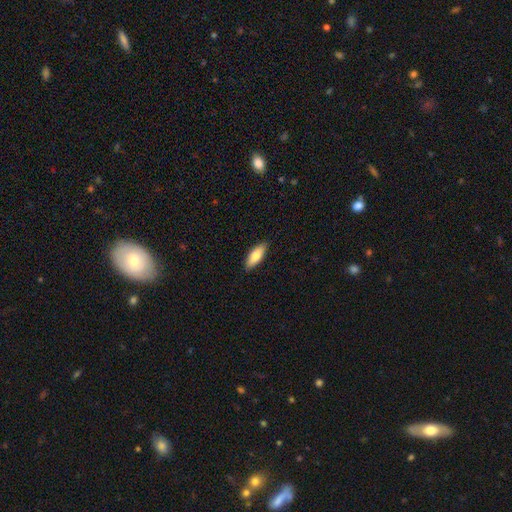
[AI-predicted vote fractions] smooth 83%, featured or disk 12%, star or artifact 5%. Down the decision tree: how rounded — in between (71%); merging — none (88%).